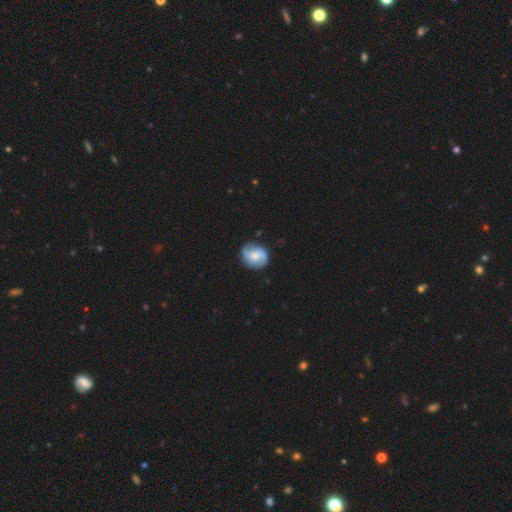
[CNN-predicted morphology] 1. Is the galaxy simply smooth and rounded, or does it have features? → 64% featured or disk, 30% smooth, 7% star or artifact.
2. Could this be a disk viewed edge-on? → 97% no, 3% yes.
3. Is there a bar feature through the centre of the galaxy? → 61% no, 32% weak, 7% strong.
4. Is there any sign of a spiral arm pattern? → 91% yes, 9% no.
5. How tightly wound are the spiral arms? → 44% medium, 29% tight, 28% loose.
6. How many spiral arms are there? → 73% 2, 10% can't tell, 10% 3, 3% 1, 2% 4, 2% more than 4.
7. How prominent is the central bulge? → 54% moderate, 36% small, 5% large, 3% none, 1% dominant.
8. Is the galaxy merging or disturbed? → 78% none, 16% minor disturbance, 4% major disturbance, 1% merger.